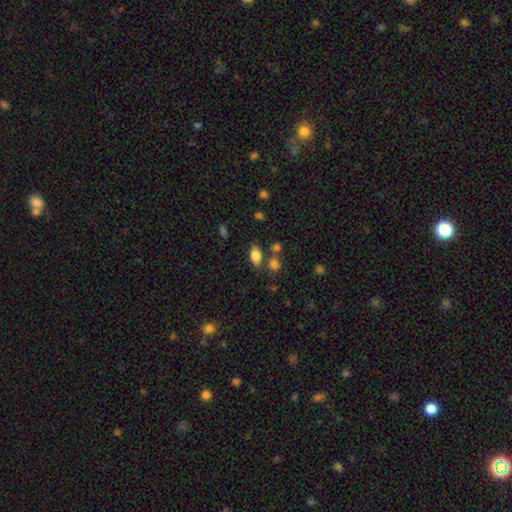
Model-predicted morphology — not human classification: The model was most divided on "merging": none: 71%, minor disturbance: 14%, merger: 11%, major disturbance: 4%. More confident: how rounded — in between (86%); smooth or featured — smooth (79%).